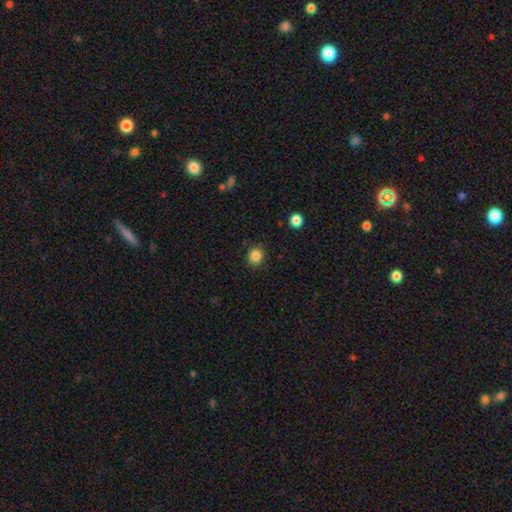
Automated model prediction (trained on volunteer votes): Overall: smooth (85%). How rounded: round (80%). Merging: none (87%).